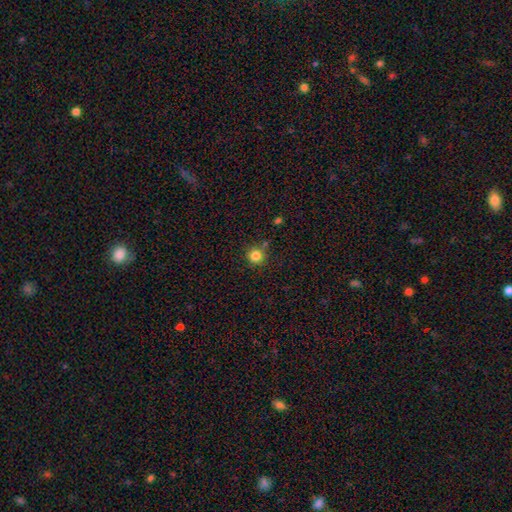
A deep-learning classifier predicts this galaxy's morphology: A smooth galaxy with no disk features (83%) that is round (94%).

Vote fractions:
- Smooth or featured? smooth: 83% / star or artifact: 12% / featured or disk: 5%
- How rounded? round: 94% / in between: 5% / cigar-shaped: 1%
- Merging? none: 79% / minor disturbance: 10% / merger: 8% / major disturbance: 3%